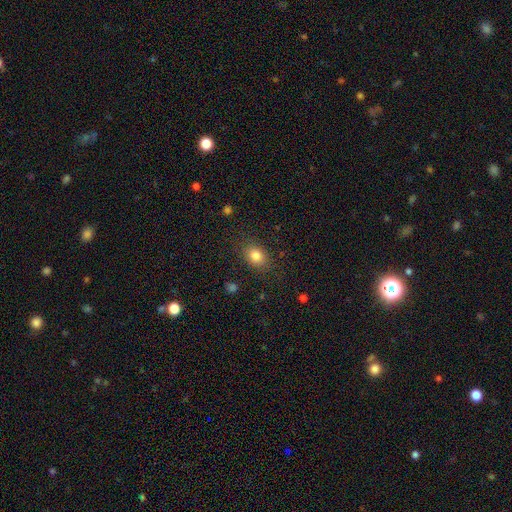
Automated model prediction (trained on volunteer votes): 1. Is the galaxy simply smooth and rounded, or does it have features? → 83% smooth, 10% star or artifact, 7% featured or disk.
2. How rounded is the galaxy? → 64% in between, 35% round, 1% cigar-shaped.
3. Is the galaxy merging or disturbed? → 83% none, 12% minor disturbance, 4% major disturbance, 1% merger.